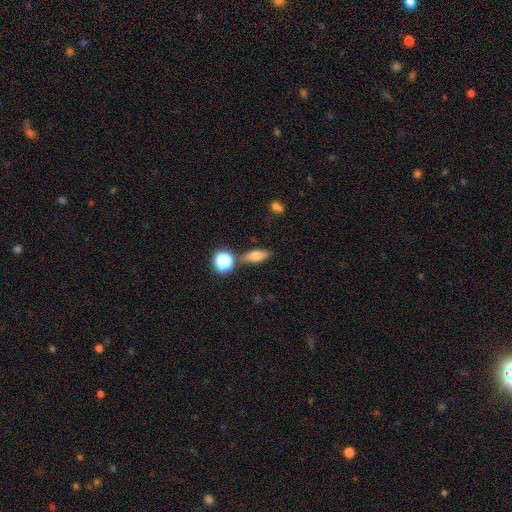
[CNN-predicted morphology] smooth_or_featured: smooth (p=0.72) [alt: featured or disk p=0.15]
how_rounded: in between (p=0.68) [alt: cigar-shaped p=0.20]
merging: none (p=0.77) [alt: minor disturbance p=0.12]